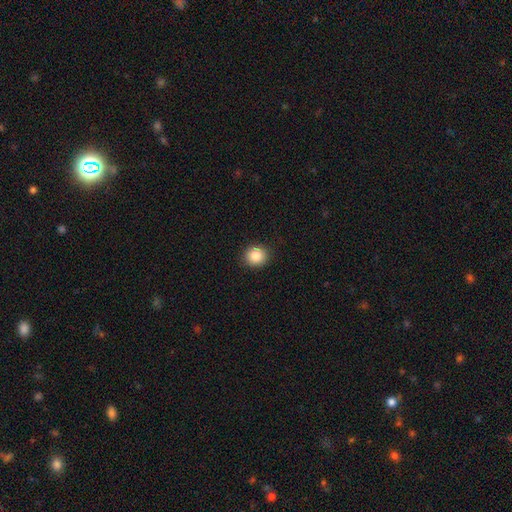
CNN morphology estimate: Smooth or featured? smooth (85%)
How rounded? round (85%)
Merging? none (90%)